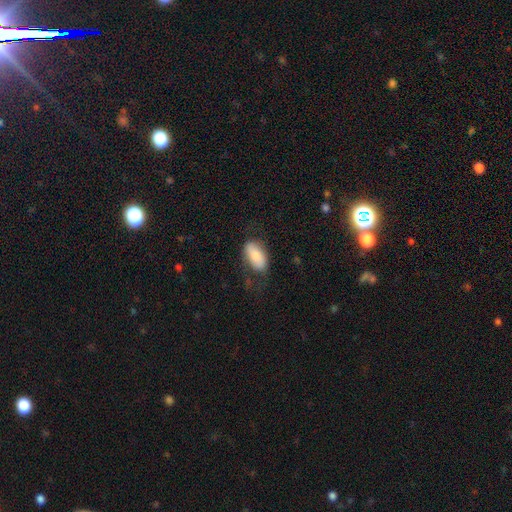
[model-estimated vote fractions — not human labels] Smooth or featured? smooth (74%)
How rounded? in between (92%)
Merging? none (68%)